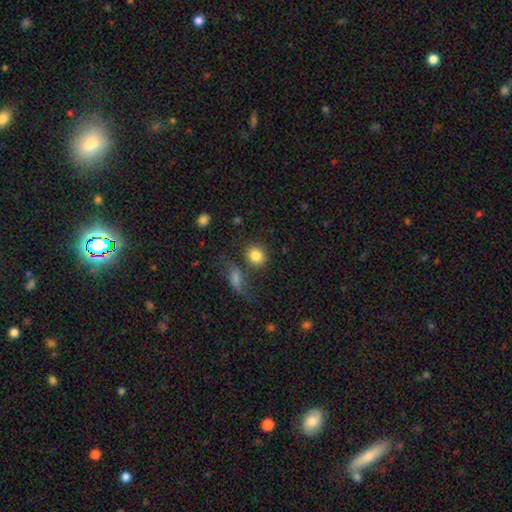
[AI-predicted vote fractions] Smooth or featured?
  - smooth: 84% *
  - star or artifact: 9%
  - featured or disk: 7%
How rounded?
  - round: 76% *
  - in between: 22%
  - cigar-shaped: 1%
Merging?
  - none: 75% *
  - minor disturbance: 10%
  - merger: 10%
  - major disturbance: 4%